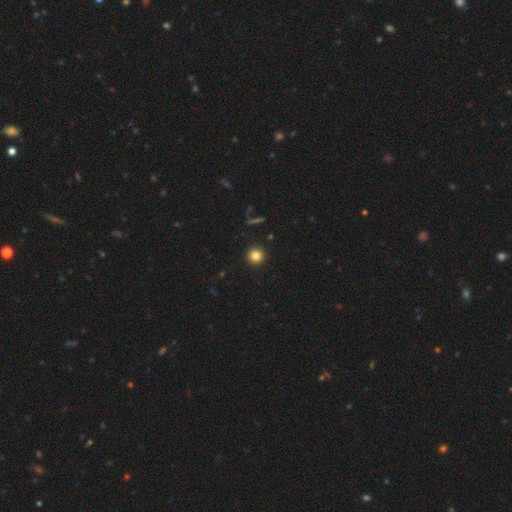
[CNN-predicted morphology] This appears to be a smooth galaxy with no disk features (82%) that is round (95%). Merging: none (93%).